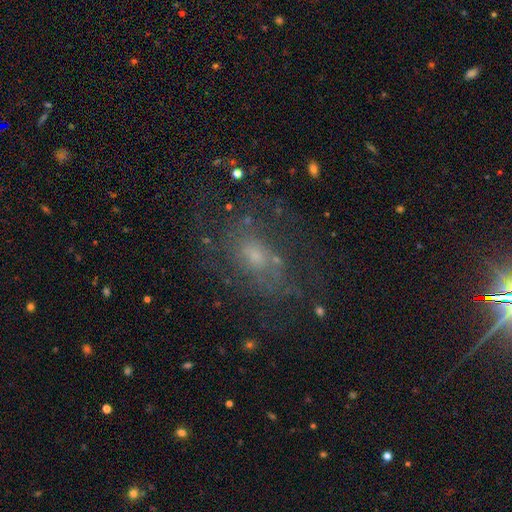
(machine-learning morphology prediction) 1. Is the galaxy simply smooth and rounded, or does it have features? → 56% featured or disk, 26% smooth, 18% star or artifact.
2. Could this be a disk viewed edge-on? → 95% no, 5% yes.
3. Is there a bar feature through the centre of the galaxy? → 75% no, 21% weak, 4% strong.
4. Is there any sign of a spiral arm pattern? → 61% yes, 39% no.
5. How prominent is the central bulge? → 49% small, 38% moderate, 7% none, 5% large, 1% dominant.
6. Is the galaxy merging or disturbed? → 62% none, 18% minor disturbance, 17% major disturbance, 3% merger.